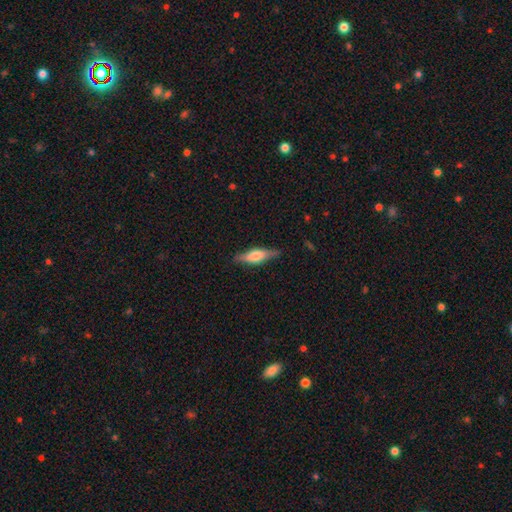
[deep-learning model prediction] Smooth or featured: featured or disk — 49% (smooth — 45%)
Merging: none — 84% (minor disturbance — 12%)